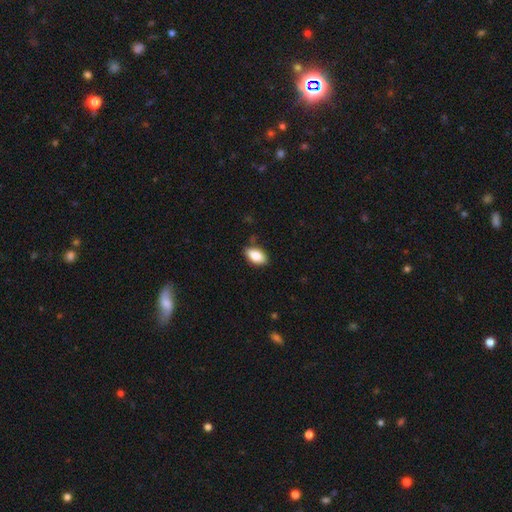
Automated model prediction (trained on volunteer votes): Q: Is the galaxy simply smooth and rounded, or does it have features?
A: smooth — 84%.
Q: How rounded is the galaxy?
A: in between — 92%.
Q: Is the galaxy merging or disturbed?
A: none — 83%.